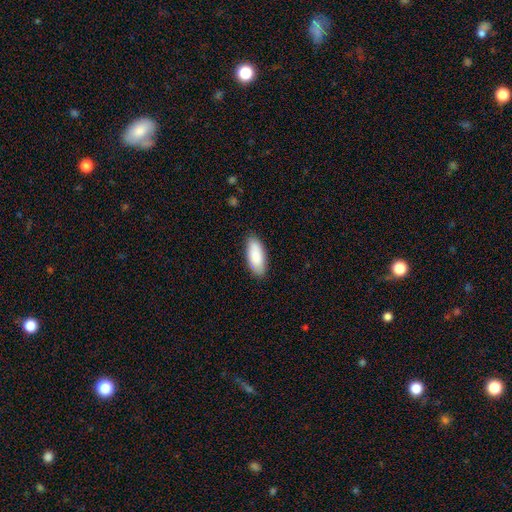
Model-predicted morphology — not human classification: The model was most divided on "how rounded": in between: 85%, cigar-shaped: 13%, round: 2%. More confident: smooth or featured — smooth (86%); merging — none (85%).